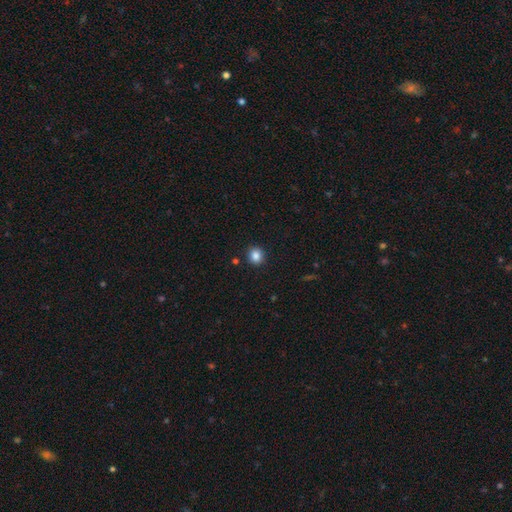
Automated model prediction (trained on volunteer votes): Smooth or featured?
  - smooth: 85% *
  - star or artifact: 11%
  - featured or disk: 4%
How rounded?
  - round: 86% *
  - in between: 13%
  - cigar-shaped: 1%
Merging?
  - none: 91% *
  - minor disturbance: 6%
  - major disturbance: 2%
  - merger: 1%